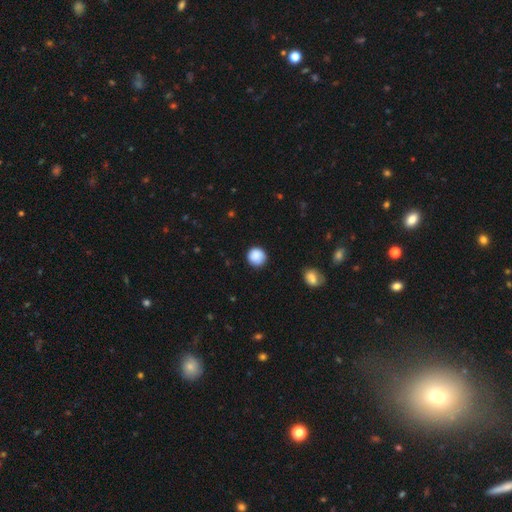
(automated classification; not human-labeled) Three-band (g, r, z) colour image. It shows a smooth galaxy with no disk features (88%) that is round (93%). Merging: none (87%).